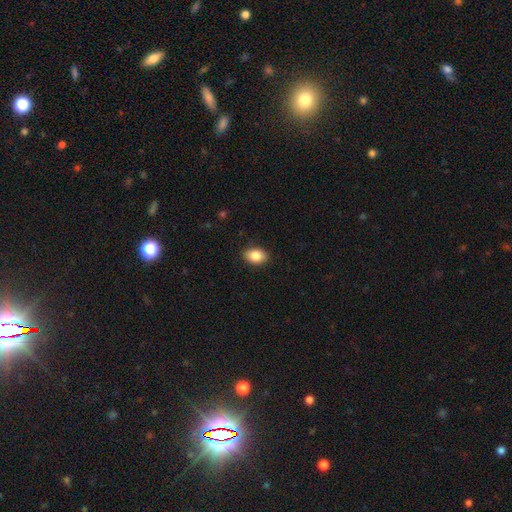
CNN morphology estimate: smooth 85%, star or artifact 8%, featured or disk 7%. Down the decision tree: how rounded — in between (82%); merging — none (89%).